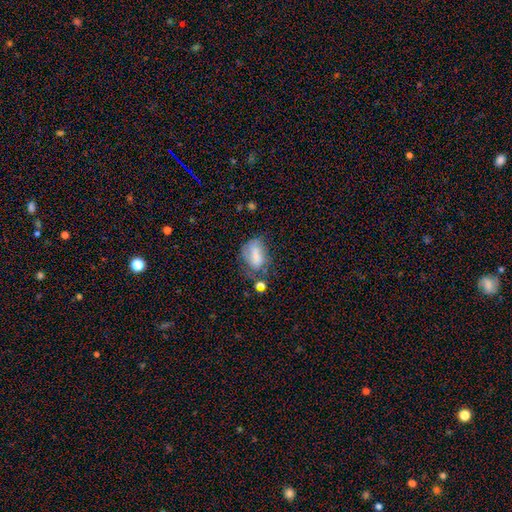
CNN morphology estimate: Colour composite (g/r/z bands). It shows a smooth galaxy with no disk features (68%) that is in between round and cigar-shaped (83%). Merging: none (38%).